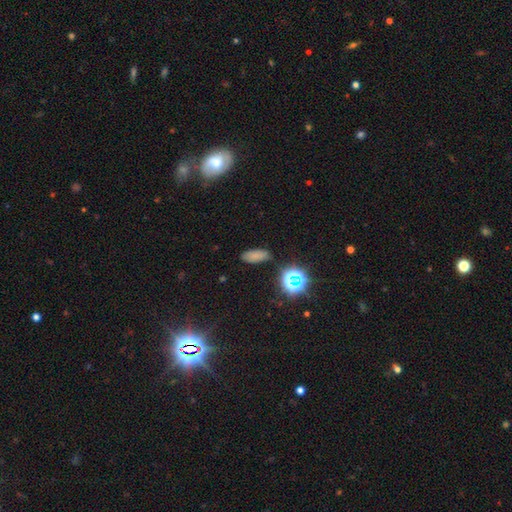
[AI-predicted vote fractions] Smooth or featured?
  - smooth: 71% *
  - star or artifact: 21%
  - featured or disk: 8%
How rounded?
  - in between: 82% *
  - cigar-shaped: 13%
  - round: 6%
Merging?
  - none: 77% *
  - minor disturbance: 16%
  - major disturbance: 4%
  - merger: 3%